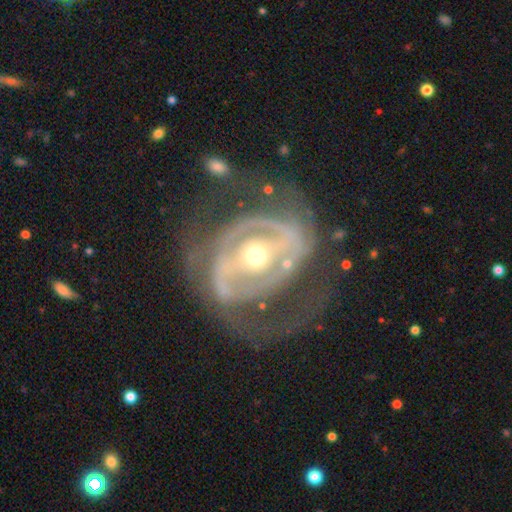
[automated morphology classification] This is clearly a featured or disk galaxy (85%). It is clearly not viewed edge-on (96%). Bar: marginally no (41%). Spiral arm pattern: likely yes (73%). Spiral arm count: possibly 2 (58%). Spiral winding: marginally tight (42%). Central bulge: possibly moderate (58%). Merging: marginally none (44%).